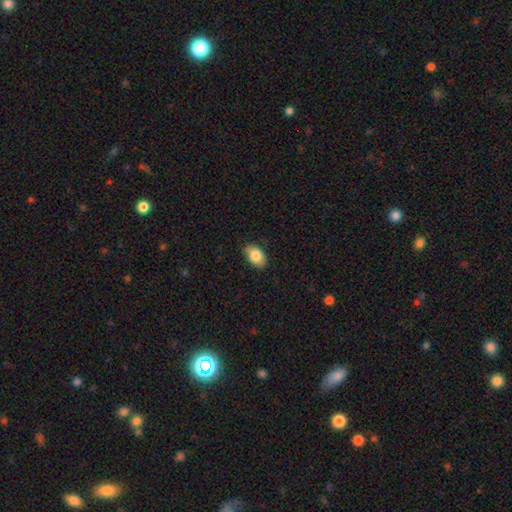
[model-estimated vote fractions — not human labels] The model was most divided on "merging": none: 84%, minor disturbance: 13%, major disturbance: 2%, merger: 1%. More confident: how rounded — in between (90%); smooth or featured — smooth (84%).